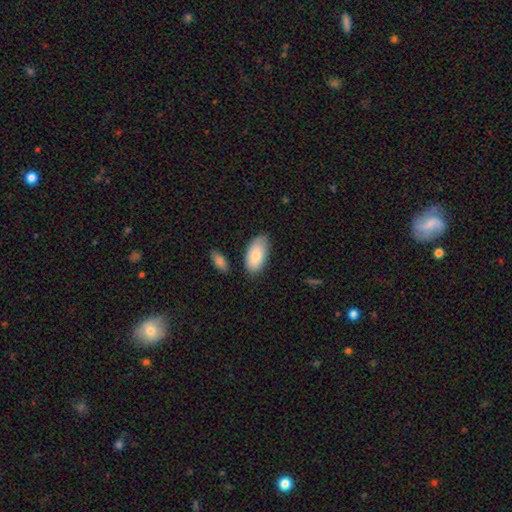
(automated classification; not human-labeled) Overall: smooth (84%). How rounded: in between (95%). Merging: none (74%).